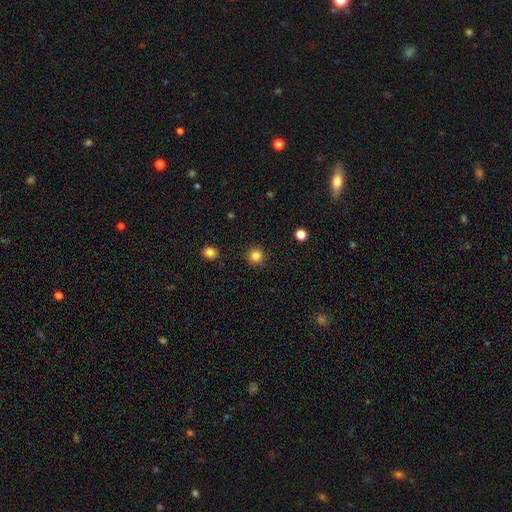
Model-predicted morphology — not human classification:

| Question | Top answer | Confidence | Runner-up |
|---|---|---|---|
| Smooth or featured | smooth | 84% | star or artifact (12%) |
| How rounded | round | 95% | in between (4%) |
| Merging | none | 92% | minor disturbance (5%) |